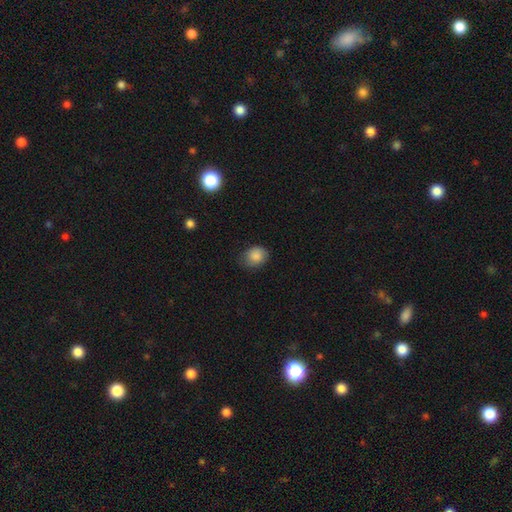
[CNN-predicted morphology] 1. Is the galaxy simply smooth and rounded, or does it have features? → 87% smooth, 9% star or artifact, 5% featured or disk.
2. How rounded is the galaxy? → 59% round, 40% in between, 1% cigar-shaped.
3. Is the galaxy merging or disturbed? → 71% none, 23% minor disturbance, 5% major disturbance, 1% merger.